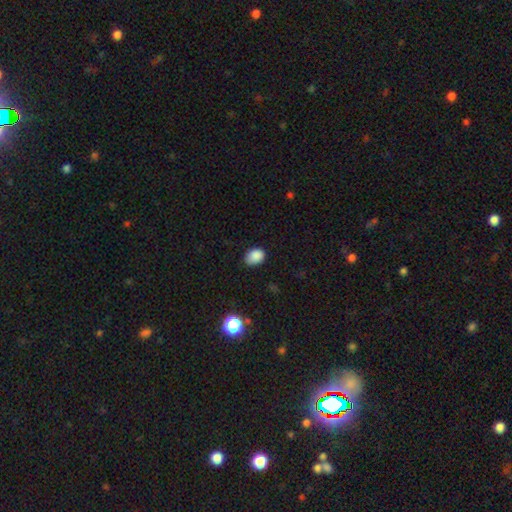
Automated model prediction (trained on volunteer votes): A smooth galaxy with no disk features (87%) that is in between round and cigar-shaped (70%).

Vote fractions:
- Smooth or featured? smooth: 87% / star or artifact: 10% / featured or disk: 4%
- How rounded? in between: 70% / round: 29% / cigar-shaped: 1%
- Merging? none: 75% / minor disturbance: 20% / major disturbance: 4% / merger: 1%